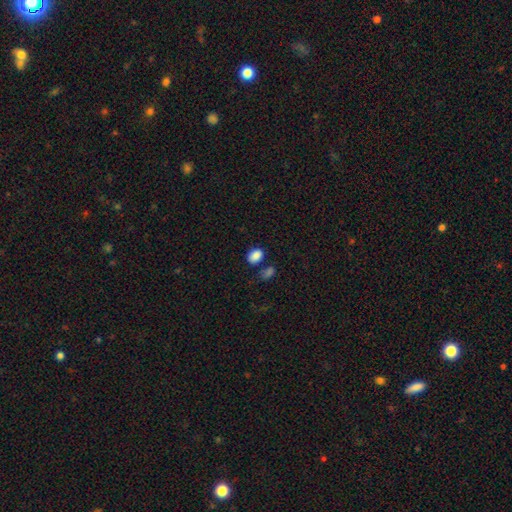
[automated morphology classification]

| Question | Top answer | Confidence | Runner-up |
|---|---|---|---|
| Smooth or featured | smooth | 86% | star or artifact (9%) |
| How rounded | in between | 70% | round (29%) |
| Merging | none | 69% | minor disturbance (14%) |